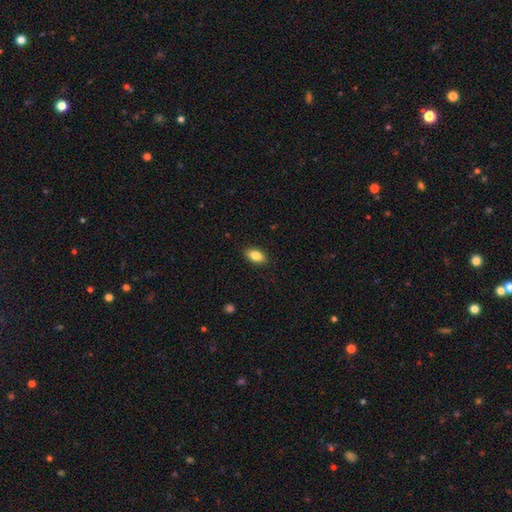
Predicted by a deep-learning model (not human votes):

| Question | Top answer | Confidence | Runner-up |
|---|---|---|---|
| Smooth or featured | smooth | 85% | star or artifact (7%) |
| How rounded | in between | 90% | round (6%) |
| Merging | none | 89% | minor disturbance (8%) |